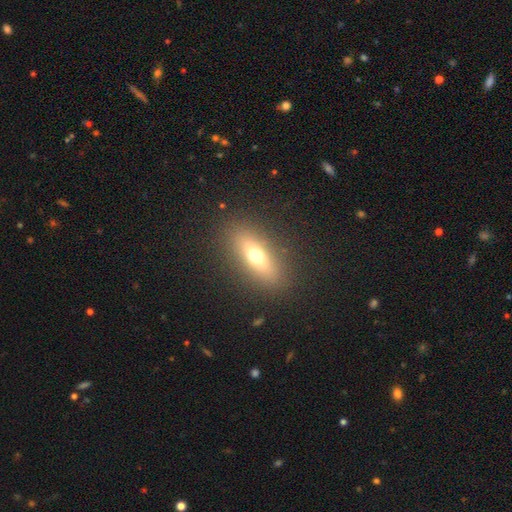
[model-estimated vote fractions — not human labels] smooth 58%, featured or disk 29%, star or artifact 13%. Down the decision tree: how rounded — in between (60%); merging — none (87%).